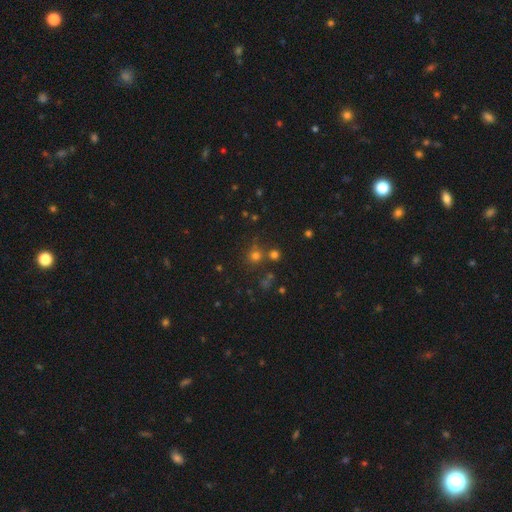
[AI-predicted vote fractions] A smooth galaxy with no disk features (69%) that is round (90%).

Vote fractions:
- Smooth or featured? smooth: 69% / star or artifact: 24% / featured or disk: 7%
- How rounded? round: 90% / in between: 9% / cigar-shaped: 1%
- Merging? none: 70% / merger: 17% / minor disturbance: 9% / major disturbance: 4%